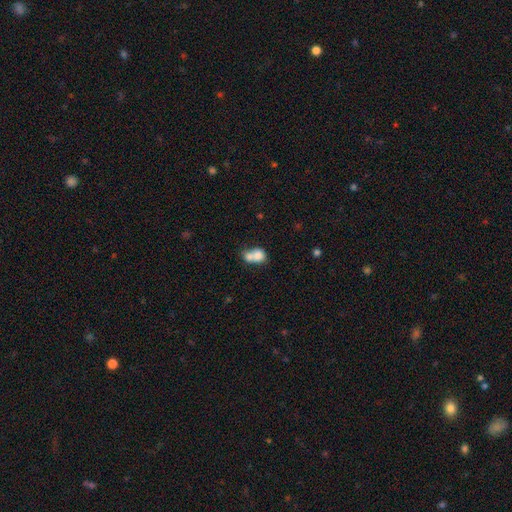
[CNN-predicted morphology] This is likely a smooth galaxy (75%). How rounded: possibly round (49%, tied with in between). Merging: likely merger (70%).